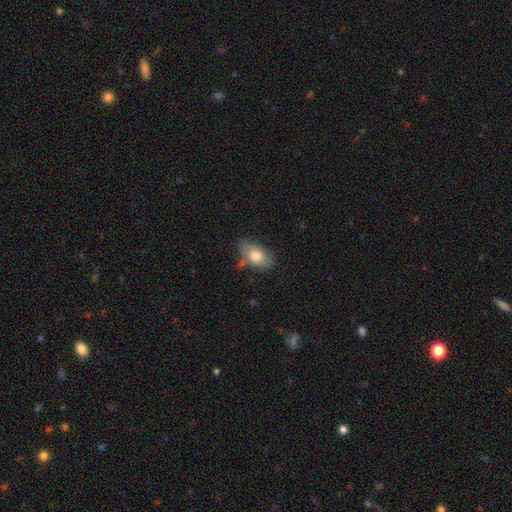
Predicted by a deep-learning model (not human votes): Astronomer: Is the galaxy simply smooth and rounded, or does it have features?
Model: smooth — 76%.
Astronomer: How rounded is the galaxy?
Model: in between — 89%.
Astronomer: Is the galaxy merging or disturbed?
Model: none — 54% (runner-up: minor disturbance, 30%).